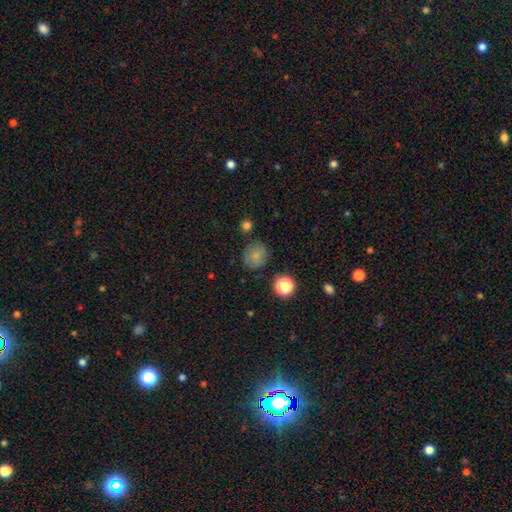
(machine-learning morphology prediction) Q: Smooth or featured?
A: smooth (77%); runner-up: star or artifact (13%)
Q: How rounded?
A: round (85%); runner-up: in between (14%)
Q: Merging?
A: none (75%); runner-up: minor disturbance (16%)